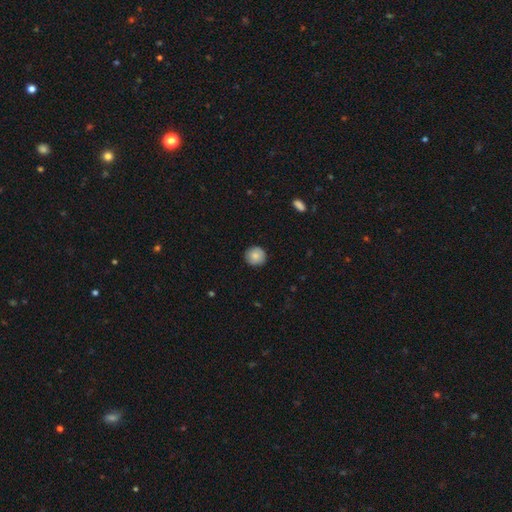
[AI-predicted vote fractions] A smooth galaxy with no disk features (82%) that is round (93%).

Vote fractions:
- Smooth or featured? smooth: 82% / featured or disk: 11% / star or artifact: 7%
- How rounded? round: 93% / in between: 6% / cigar-shaped: 1%
- Merging? none: 89% / minor disturbance: 8% / major disturbance: 2% / merger: 1%